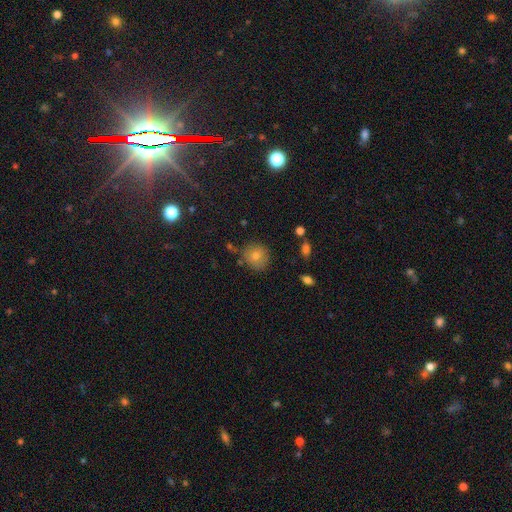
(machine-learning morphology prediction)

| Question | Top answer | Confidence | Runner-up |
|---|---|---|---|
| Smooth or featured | smooth | 70% | star or artifact (18%) |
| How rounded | round | 88% | in between (11%) |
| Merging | none | 80% | minor disturbance (13%) |